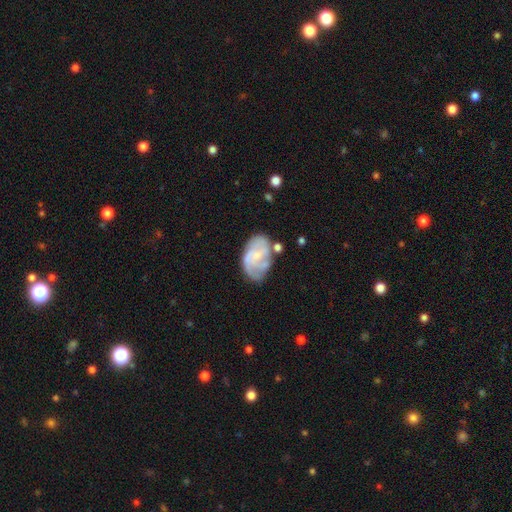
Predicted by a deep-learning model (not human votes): Smooth or featured? Predicted: featured or disk (p=0.64). Edge-on disk? Predicted: no (p=0.97). Bar? Predicted: no (p=0.60). Spiral arms? Predicted: yes (p=0.81). Spiral winding? Predicted: medium (p=0.41). Spiral arm count? Predicted: can't tell (p=0.35). Bulge size? Predicted: small (p=0.53). Merging? Predicted: none (p=0.50).